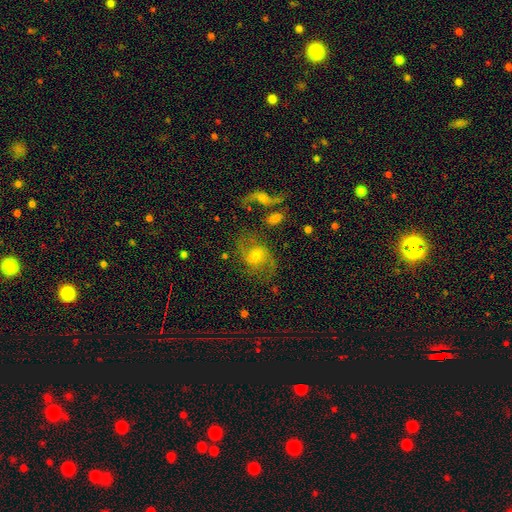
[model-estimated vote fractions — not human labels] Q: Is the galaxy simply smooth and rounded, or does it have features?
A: featured or disk — 67%.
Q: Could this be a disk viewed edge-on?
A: no — 96%.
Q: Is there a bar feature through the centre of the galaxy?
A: no — 59%.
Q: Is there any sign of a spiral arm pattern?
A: yes — 90%.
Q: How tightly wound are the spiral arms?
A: medium — 46%.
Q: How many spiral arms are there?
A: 2 — 79%.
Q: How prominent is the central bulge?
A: moderate — 48%.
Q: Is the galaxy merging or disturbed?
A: none — 61%.